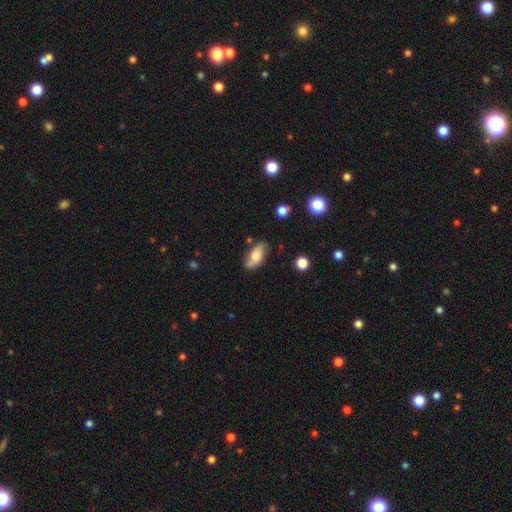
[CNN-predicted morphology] Smooth or featured? Predicted: smooth (p=0.60). How rounded? Predicted: in between (p=0.86). Merging? Predicted: none (p=0.73).